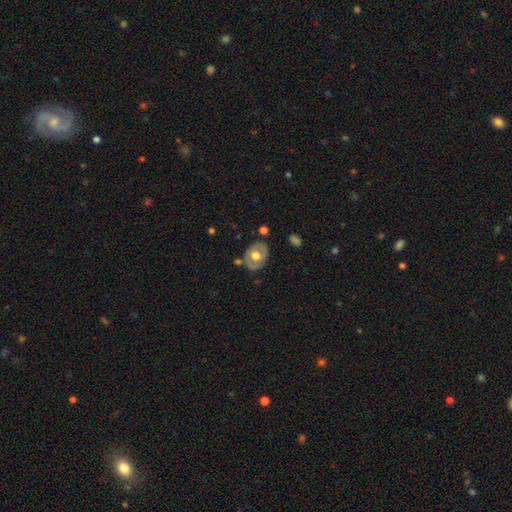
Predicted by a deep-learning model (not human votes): This appears to be a featured or disk galaxy (48%). Merging: none (71%).